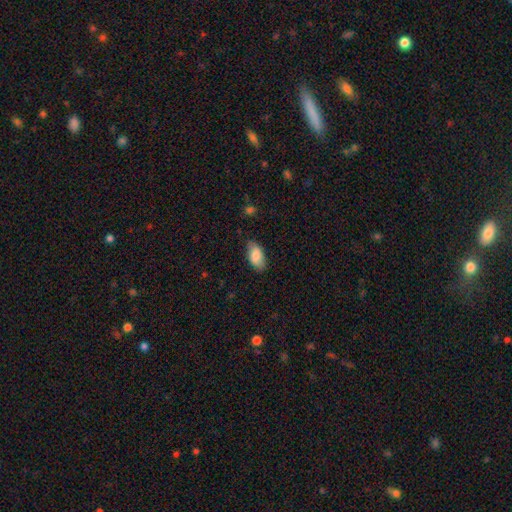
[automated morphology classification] Smooth or featured? smooth (84%)
How rounded? in between (93%)
Merging? none (80%)